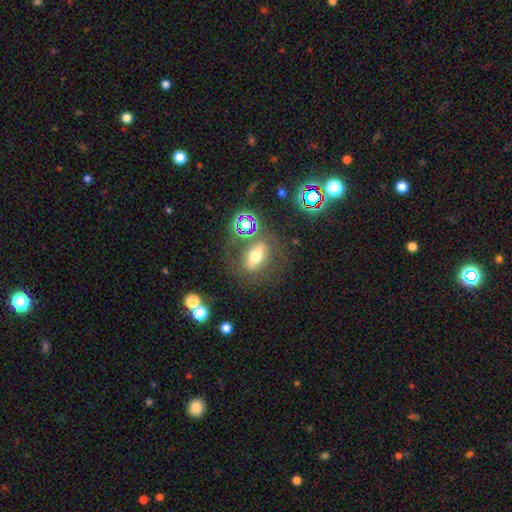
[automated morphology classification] Smooth or featured?
  - smooth: 40% * (tied)
  - featured or disk: 40% * (tied)
  - star or artifact: 20%
Merging?
  - none: 70% *
  - minor disturbance: 14%
  - major disturbance: 9%
  - merger: 7%